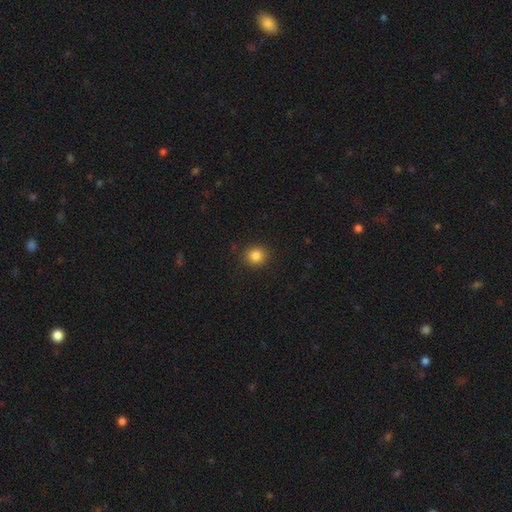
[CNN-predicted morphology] smooth-or-featured: smooth: 85% | star or artifact: 11% | featured or disk: 4%
  how-rounded: round: 88% | in between: 11% | cigar-shaped: 1%
  merging: none: 91% | minor disturbance: 6% | major disturbance: 2% | merger: 1%